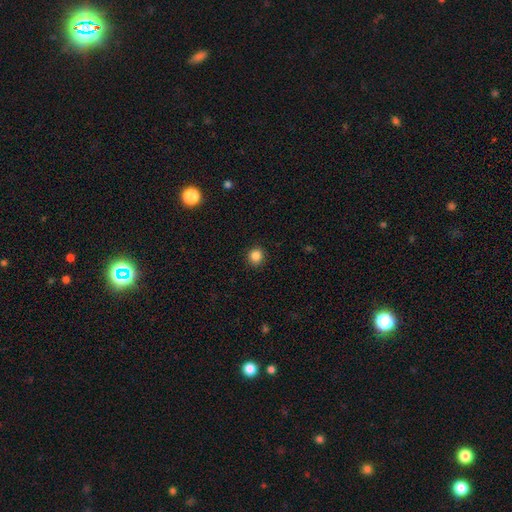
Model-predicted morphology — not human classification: Smooth or featured?
  - smooth: 85% *
  - star or artifact: 11%
  - featured or disk: 4%
How rounded?
  - round: 92% *
  - in between: 7%
  - cigar-shaped: 1%
Merging?
  - none: 91% *
  - minor disturbance: 6%
  - major disturbance: 2%
  - merger: 1%